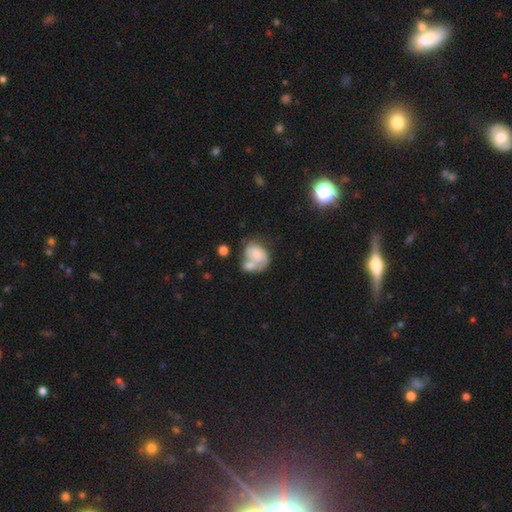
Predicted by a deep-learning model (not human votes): Smooth or featured? smooth (58%)
How rounded? in between (59%)
Merging? merger (54%)